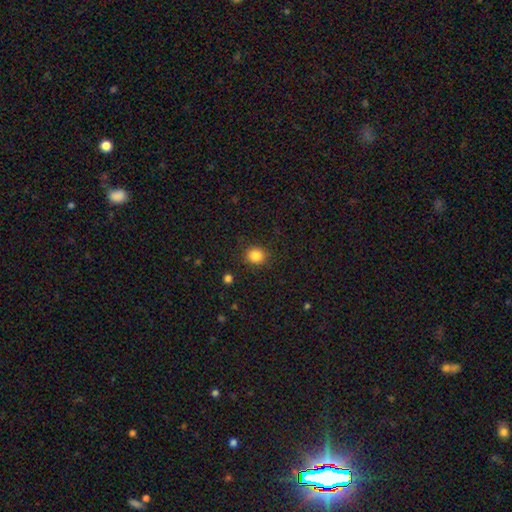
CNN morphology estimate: Smooth or featured: smooth — 84% (star or artifact — 11%)
How rounded: round — 80% (in between — 19%)
Merging: none — 88% (minor disturbance — 8%)